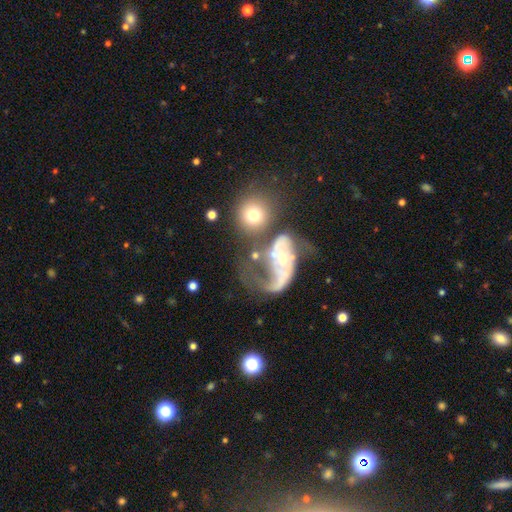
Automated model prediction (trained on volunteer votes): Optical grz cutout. It shows a featured or disk galaxy (71%) with no bar (64%), 2 (56%) loose (68%) spiral arms (77%) and a small central bulge (54%). Merging: major disturbance (40%).